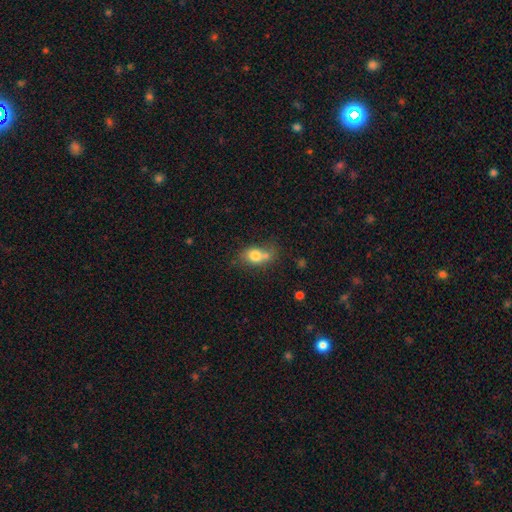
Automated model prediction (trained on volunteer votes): smooth-or-featured: smooth: 75% | featured or disk: 15% | star or artifact: 10%
  how-rounded: in between: 62% | round: 36% | cigar-shaped: 2%
  merging: none: 37% (tied) | merger: 37% (tied) | minor disturbance: 18% | major disturbance: 8%